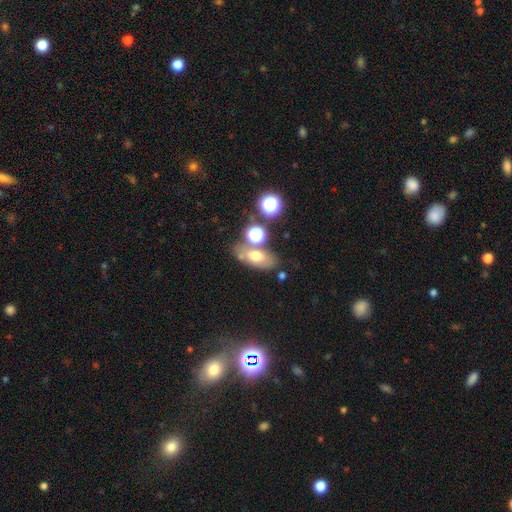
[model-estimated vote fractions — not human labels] The model was most divided on "smooth or featured": smooth: 58%, featured or disk: 27%, star or artifact: 15%. More confident: how rounded — in between (78%); merging — none (60%).